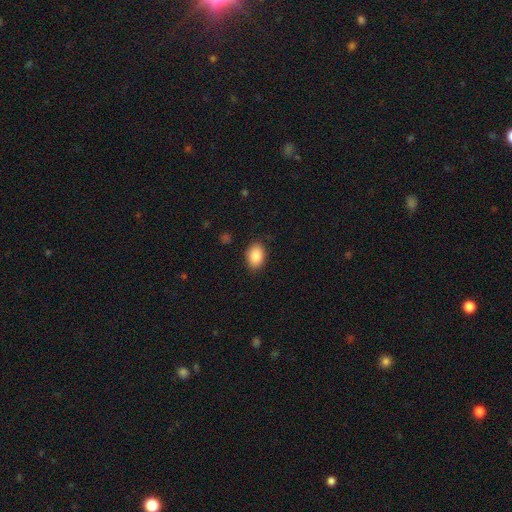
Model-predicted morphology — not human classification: Smooth or featured? Predicted: smooth (p=0.88). How rounded? Predicted: in between (p=0.84). Merging? Predicted: none (p=0.87).